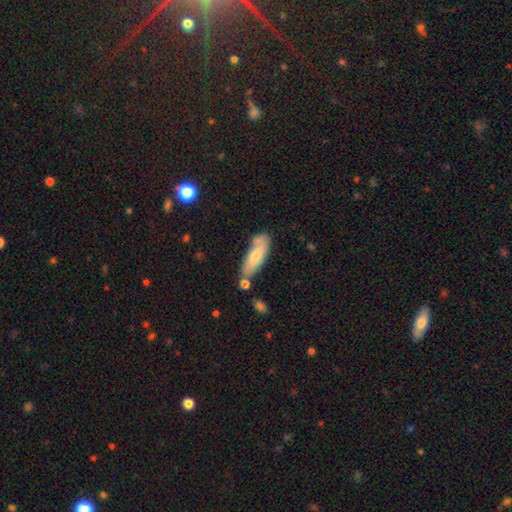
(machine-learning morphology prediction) Overall: smooth (66%; featured or disk 28%). How rounded: in between (56%; cigar-shaped 43%). Merging: none (58%; minor disturbance 21%).